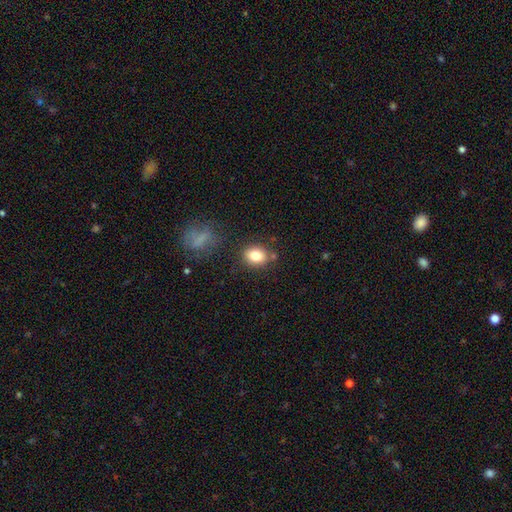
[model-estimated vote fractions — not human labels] Smooth or featured?
  - smooth: 82% *
  - star or artifact: 10%
  - featured or disk: 8%
How rounded?
  - in between: 53% *
  - round: 46%
  - cigar-shaped: 1%
Merging?
  - none: 78% *
  - minor disturbance: 12%
  - merger: 6%
  - major disturbance: 4%